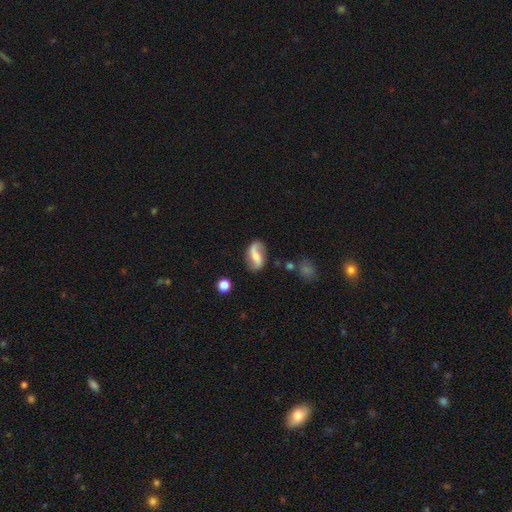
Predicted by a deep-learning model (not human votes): Smooth or featured? featured or disk (68%)
Edge-on disk? no (96%)
Bar? weak (38%)
Spiral arms? yes (91%)
Spiral winding? loose (76%)
Spiral arm count? 2 (87%)
Bulge size? none (30%)
Merging? none (71%)